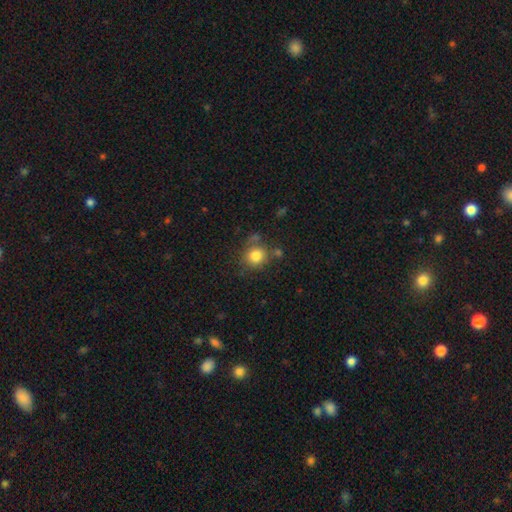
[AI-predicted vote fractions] smooth_or_featured: smooth (p=0.81) [alt: star or artifact p=0.11]
how_rounded: round (p=0.87) [alt: in between p=0.12]
merging: none (p=0.70) [alt: minor disturbance p=0.14]